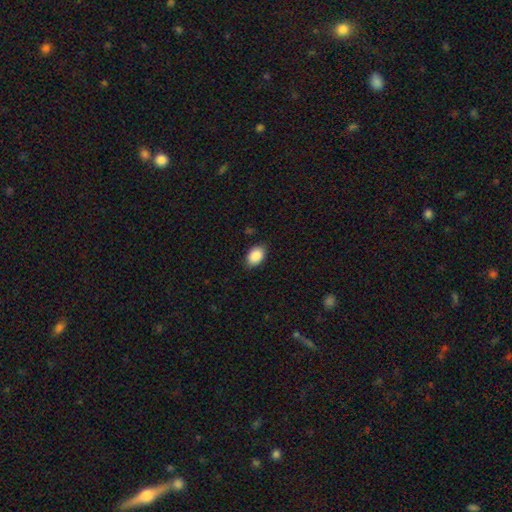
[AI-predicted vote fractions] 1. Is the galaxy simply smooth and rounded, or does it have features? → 90% smooth, 7% star or artifact, 4% featured or disk.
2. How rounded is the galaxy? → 88% in between, 11% round, 1% cigar-shaped.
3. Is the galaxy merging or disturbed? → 84% none, 13% minor disturbance, 2% major disturbance, 1% merger.